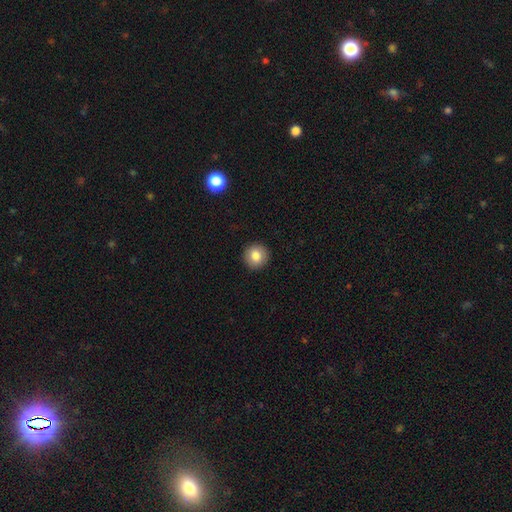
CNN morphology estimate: Smooth or featured?
  - smooth: 83% *
  - star or artifact: 9%
  - featured or disk: 8%
How rounded?
  - round: 94% *
  - in between: 5%
  - cigar-shaped: 1%
Merging?
  - none: 93% *
  - minor disturbance: 5%
  - major disturbance: 2%
  - merger: 1%